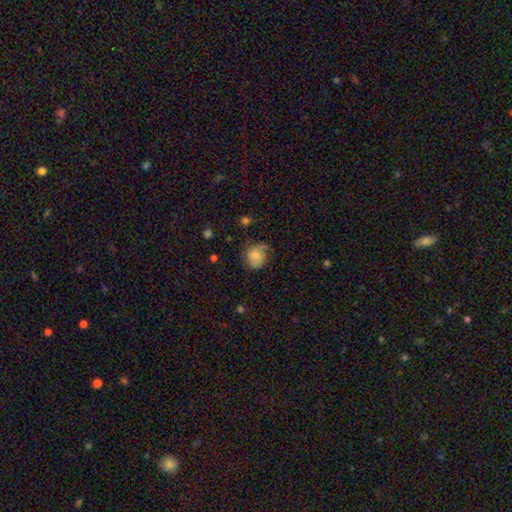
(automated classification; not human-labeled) Overall: smooth (59%; featured or disk 32%). How rounded: round (67%; in between 32%). Merging: none (50%; minor disturbance 32%).